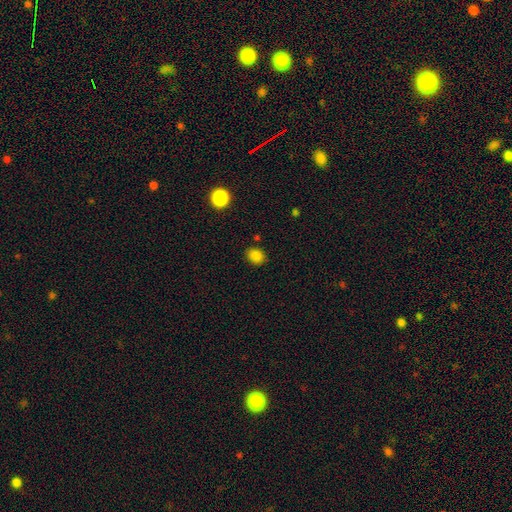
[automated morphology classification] Q: Smooth or featured?
A: smooth (84%); runner-up: star or artifact (12%)
Q: How rounded?
A: in between (53%); runner-up: round (46%)
Q: Merging?
A: none (85%); runner-up: minor disturbance (10%)